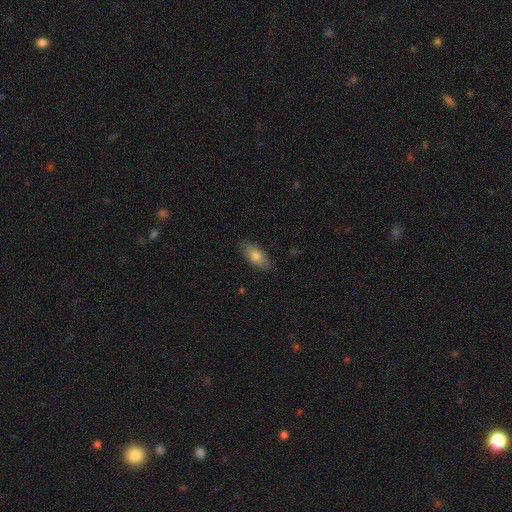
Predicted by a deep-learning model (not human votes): smooth 78%, featured or disk 16%, star or artifact 6%. Down the decision tree: how rounded — in between (90%); merging — none (86%).